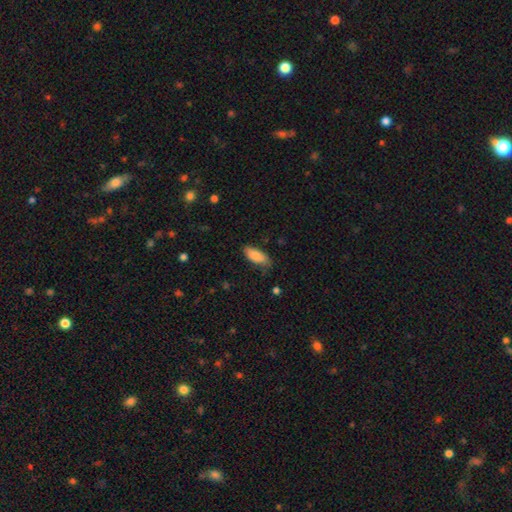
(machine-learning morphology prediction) This is clearly a smooth galaxy (85%). How rounded: clearly in between (80%). Merging: likely none (71%).